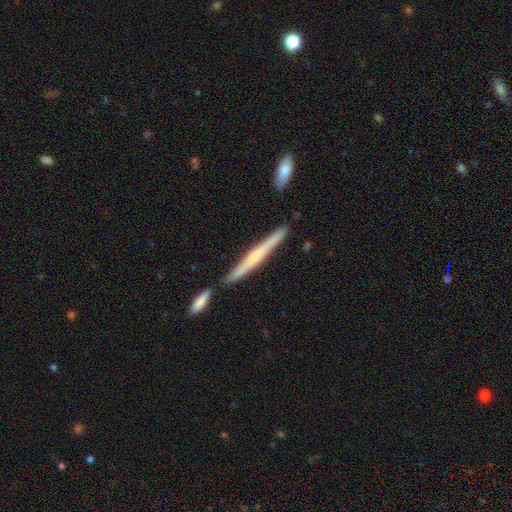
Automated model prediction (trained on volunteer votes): Smooth or featured: featured or disk — 52% (smooth — 43%)
Edge-on disk: yes — 96% (no — 4%)
Merging: none — 80% (minor disturbance — 11%)